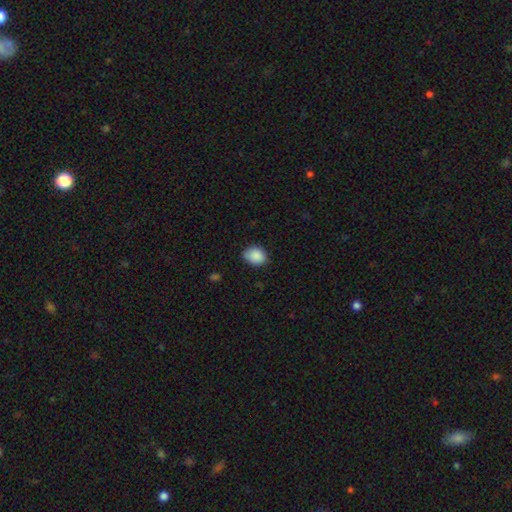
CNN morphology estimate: This is clearly a smooth galaxy (89%). How rounded: possibly in between (55%). Merging: likely none (78%).